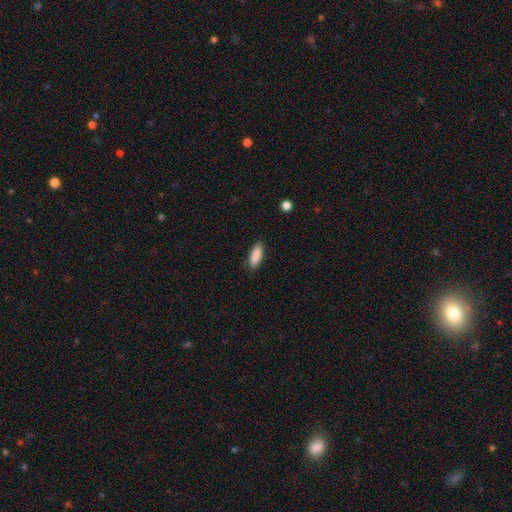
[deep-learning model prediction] Smooth or featured? Predicted: smooth (p=0.89). How rounded? Predicted: in between (p=0.62). Merging? Predicted: none (p=0.87).